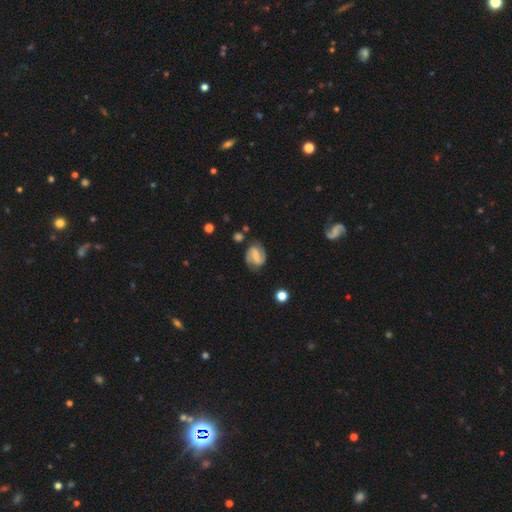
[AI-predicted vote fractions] featured or disk 77%, smooth 17%, star or artifact 6%. Down the decision tree: edge-on disk — no (97%); bar — weak (45%); spiral arms — yes (94%); spiral arm count — 2 (90%); spiral winding — medium (49%); bulge size — small (48%); merging — none (78%).